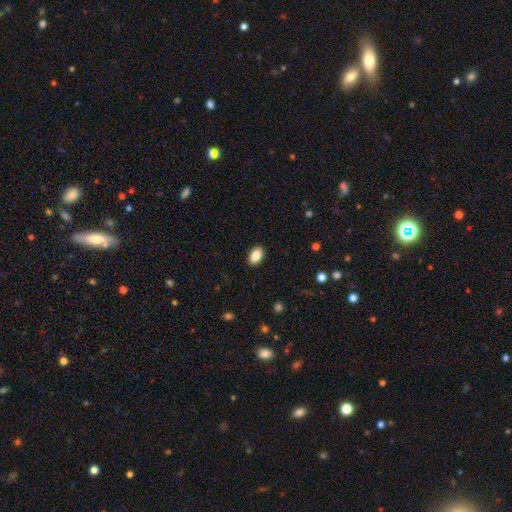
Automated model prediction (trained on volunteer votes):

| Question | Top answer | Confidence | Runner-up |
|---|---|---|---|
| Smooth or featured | smooth | 86% | star or artifact (7%) |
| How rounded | in between | 92% | round (7%) |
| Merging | none | 89% | minor disturbance (8%) |